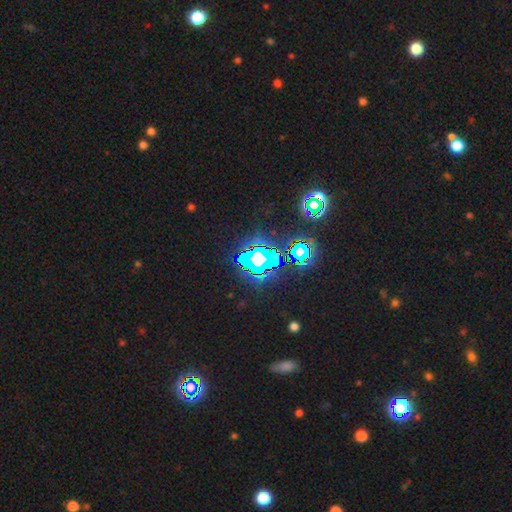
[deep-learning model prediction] A star or artifact, not a galaxy (72%).

Vote fractions:
- Smooth or featured? star or artifact: 72% / smooth: 14% / featured or disk: 14%